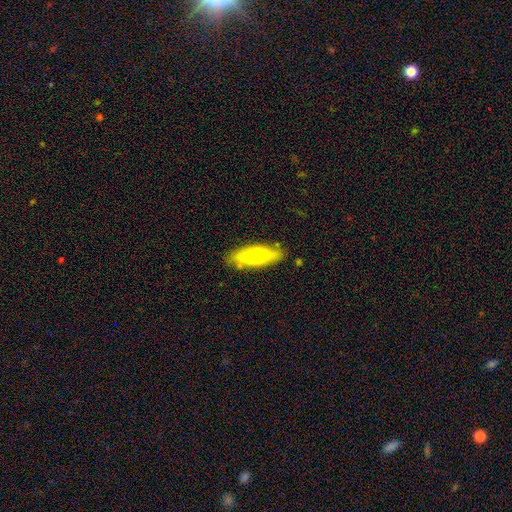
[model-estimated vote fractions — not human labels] A smooth galaxy with no disk features (70%) that is in between round and cigar-shaped (62%).

Vote fractions:
- Smooth or featured? smooth: 70% / featured or disk: 24% / star or artifact: 6%
- How rounded? in between: 62% / cigar-shaped: 36% / round: 2%
- Merging? none: 78% / minor disturbance: 16% / major disturbance: 3% / merger: 3%